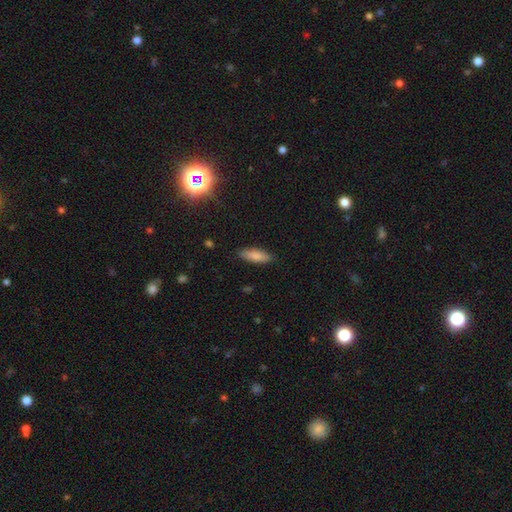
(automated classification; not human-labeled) Overall: smooth (82%). How rounded: in between (63%; cigar-shaped 35%). Merging: none (86%).